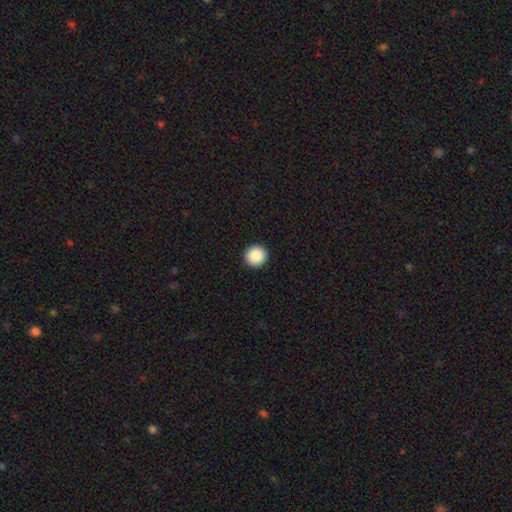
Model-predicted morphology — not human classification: Smooth or featured? Predicted: smooth (p=0.89). How rounded? Predicted: round (p=0.95). Merging? Predicted: none (p=0.94).